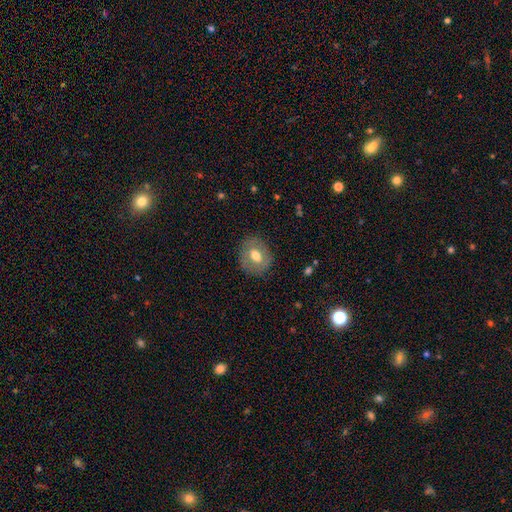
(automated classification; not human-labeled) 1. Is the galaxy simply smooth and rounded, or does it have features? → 60% smooth, 32% featured or disk, 8% star or artifact.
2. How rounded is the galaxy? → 58% round, 41% in between, 1% cigar-shaped.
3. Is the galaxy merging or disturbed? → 83% none, 12% minor disturbance, 4% major disturbance, 1% merger.